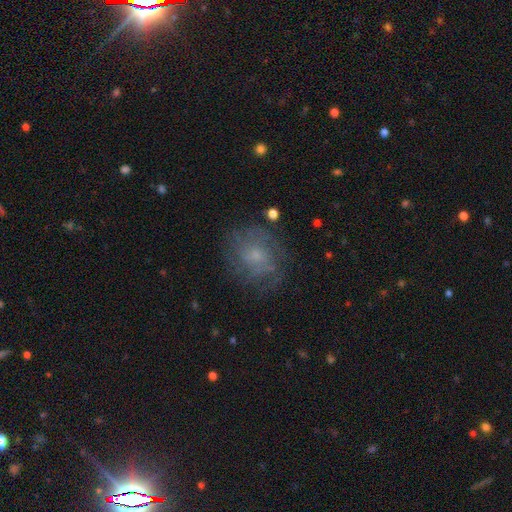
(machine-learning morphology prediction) Smooth or featured: featured or disk — 50% (smooth — 37%)
Merging: none — 70% (minor disturbance — 18%)